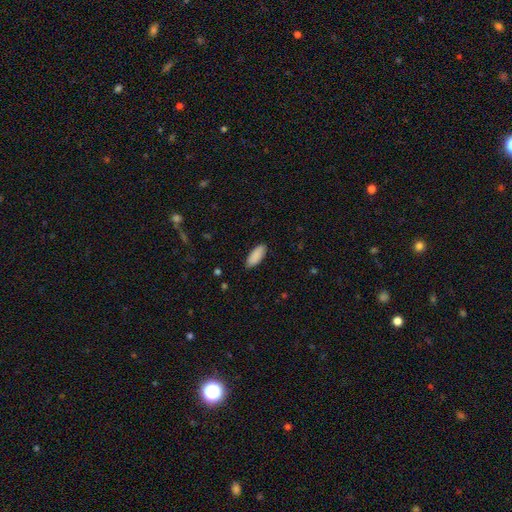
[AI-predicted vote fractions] smooth 91%, star or artifact 6%, featured or disk 4%. Down the decision tree: how rounded — in between (82%); merging — none (89%).